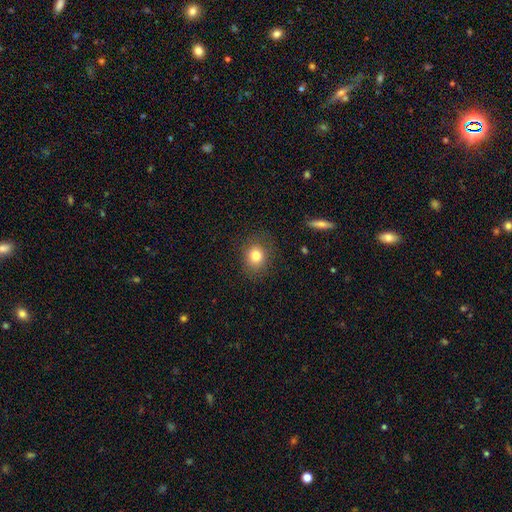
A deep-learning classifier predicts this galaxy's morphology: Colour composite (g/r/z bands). It shows a smooth galaxy with no disk features (80%) that is round (71%). Merging: none (83%).